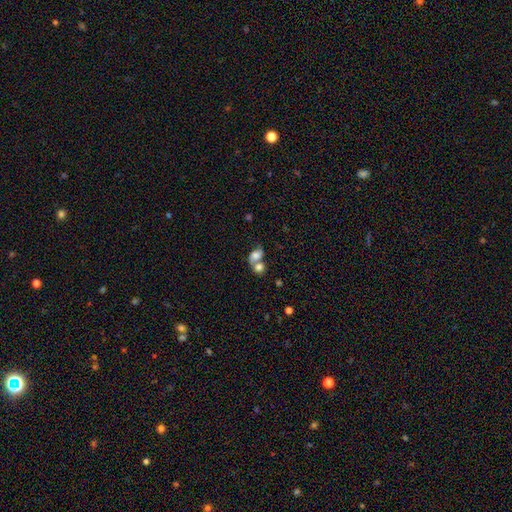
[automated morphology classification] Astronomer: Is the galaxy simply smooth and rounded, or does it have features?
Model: smooth — 54% (runner-up: featured or disk, 35%).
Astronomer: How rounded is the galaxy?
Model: in between — 58% (runner-up: round, 39%).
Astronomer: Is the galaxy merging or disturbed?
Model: merger — 58%.